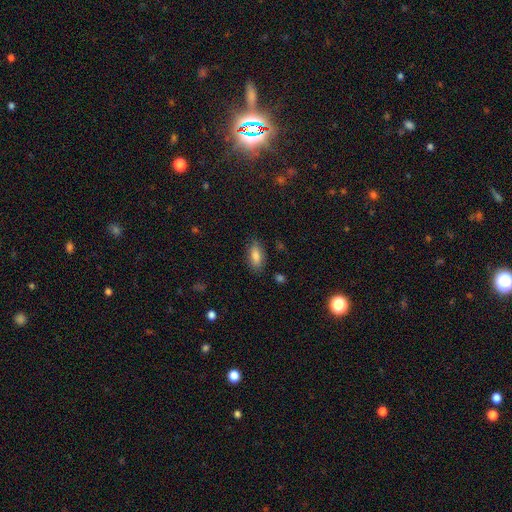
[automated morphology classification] A smooth galaxy with no disk features (82%) that is in between round and cigar-shaped (85%). Merging: none (82%).